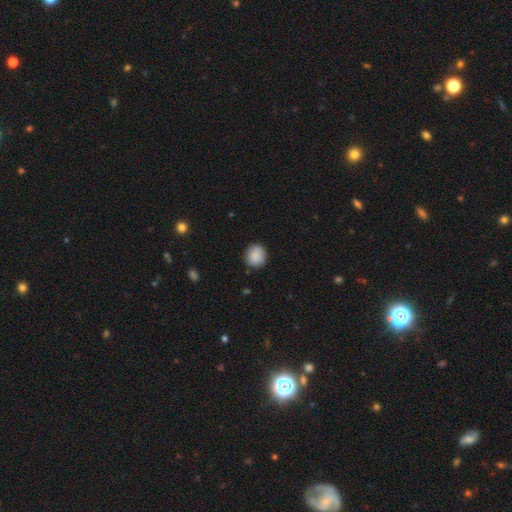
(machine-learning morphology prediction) The model was most divided on "how rounded": round: 79%, in between: 20%, cigar-shaped: 1%. More confident: smooth or featured — smooth (89%); merging — none (86%).